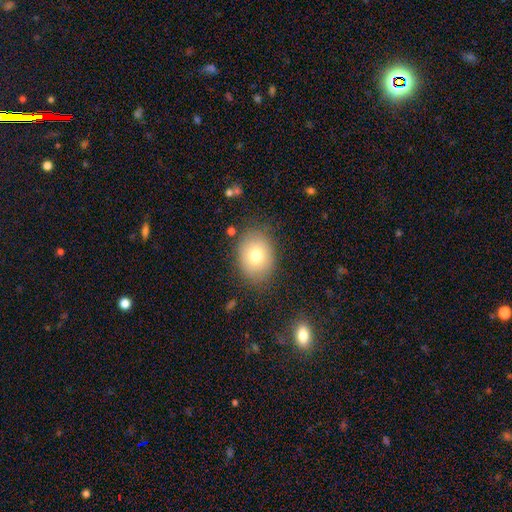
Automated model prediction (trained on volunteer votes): Smooth or featured? smooth (75%)
How rounded? in between (68%)
Merging? none (82%)